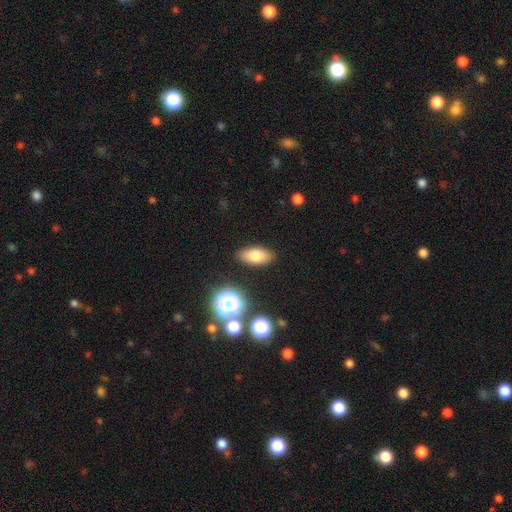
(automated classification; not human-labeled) Overall: smooth (75%). How rounded: in between (84%). Merging: none (87%).